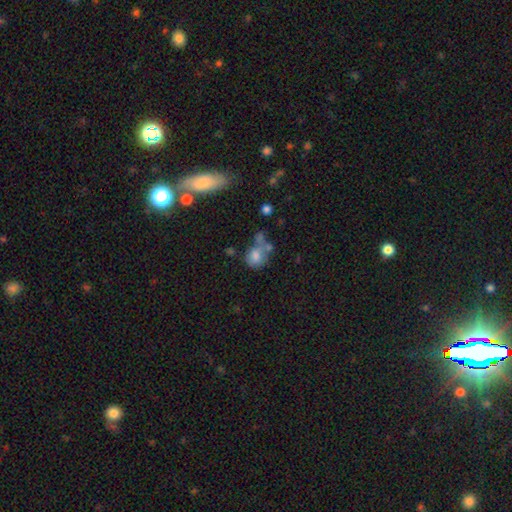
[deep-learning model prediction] Smooth or featured: smooth — 71% (featured or disk — 18%)
How rounded: round — 57% (in between — 42%)
Merging: merger — 35% (none — 31%)